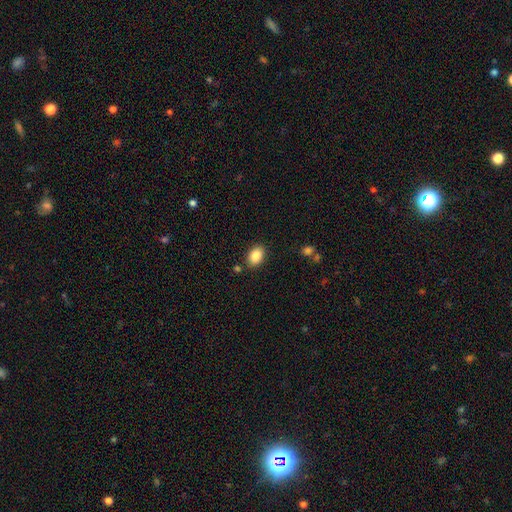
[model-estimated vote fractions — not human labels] smooth_or_featured: smooth (p=0.87) [alt: star or artifact p=0.08]
how_rounded: in between (p=0.83) [alt: round p=0.15]
merging: none (p=0.84) [alt: minor disturbance p=0.10]